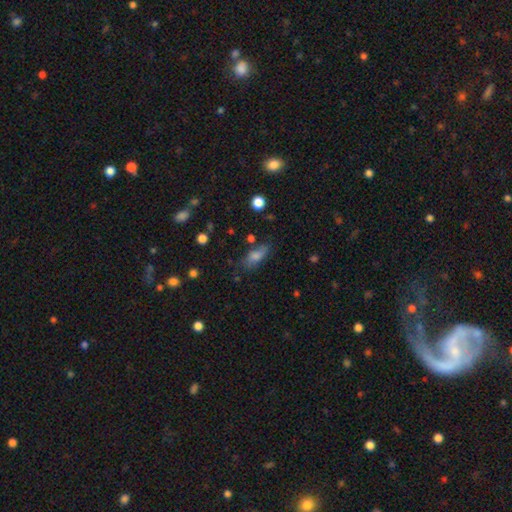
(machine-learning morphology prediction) Smooth or featured?
  - smooth: 71% *
  - featured or disk: 16%
  - star or artifact: 13%
How rounded?
  - in between: 70% *
  - cigar-shaped: 25%
  - round: 5%
Merging?
  - none: 69% *
  - minor disturbance: 20%
  - major disturbance: 6%
  - merger: 5%